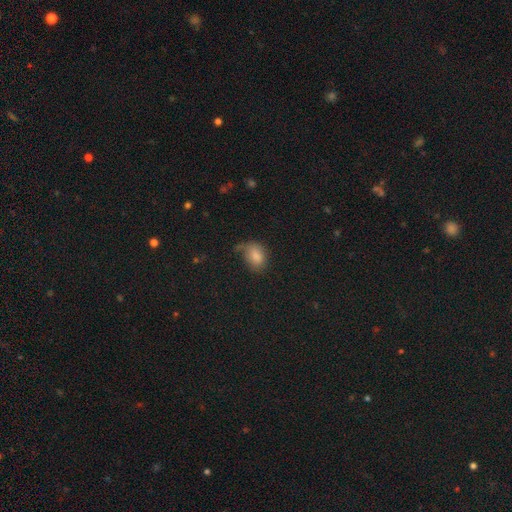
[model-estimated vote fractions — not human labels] The model was most divided on "merging": none: 48%, minor disturbance: 31%, major disturbance: 17%, merger: 4%. More confident: smooth or featured — smooth (81%); how rounded — in between (79%).